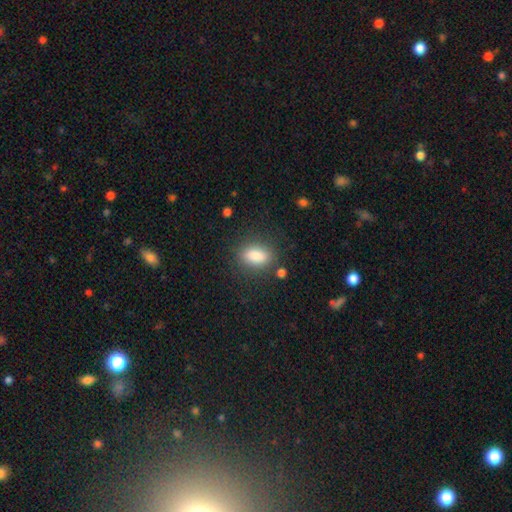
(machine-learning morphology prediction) smooth 86%, star or artifact 9%, featured or disk 6%. Down the decision tree: how rounded — in between (84%); merging — none (84%).